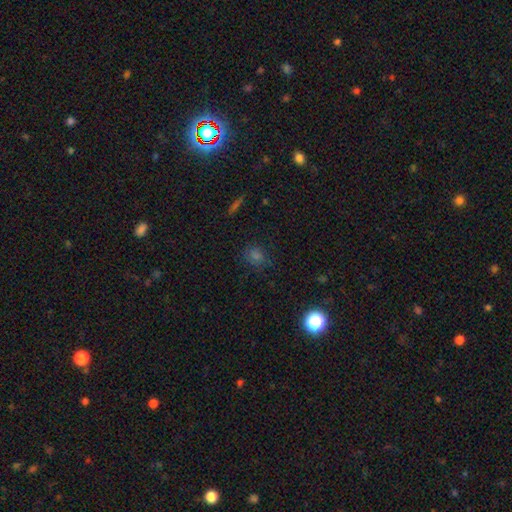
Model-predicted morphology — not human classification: smooth_or_featured: smooth (p=0.58) [alt: star or artifact p=0.34]
how_rounded: round (p=0.78) [alt: in between p=0.20]
merging: none (p=0.80) [alt: minor disturbance p=0.13]